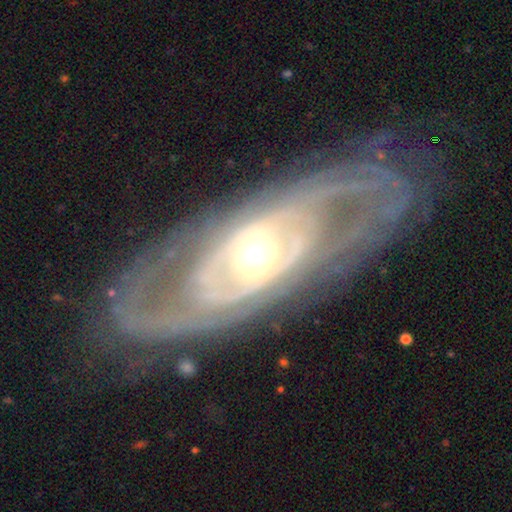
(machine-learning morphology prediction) A featured or disk galaxy (84%) with no bar (71%), spiral arms (68%) and a moderate central bulge (70%). Merging: none (68%).